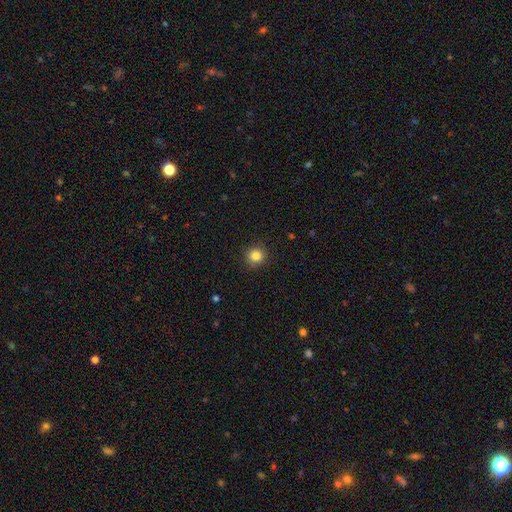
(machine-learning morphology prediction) The model was most divided on "smooth or featured": smooth: 84%, star or artifact: 11%, featured or disk: 5%. More confident: how rounded — round (92%); merging — none (90%).